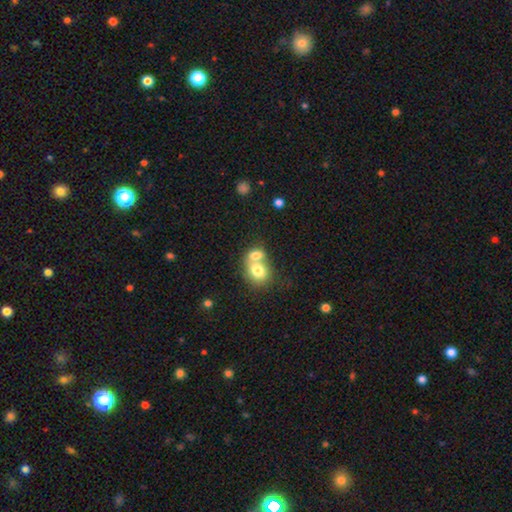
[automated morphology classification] Overall: smooth (74%). How rounded: round (50%; in between 49%). Merging: merger (71%).